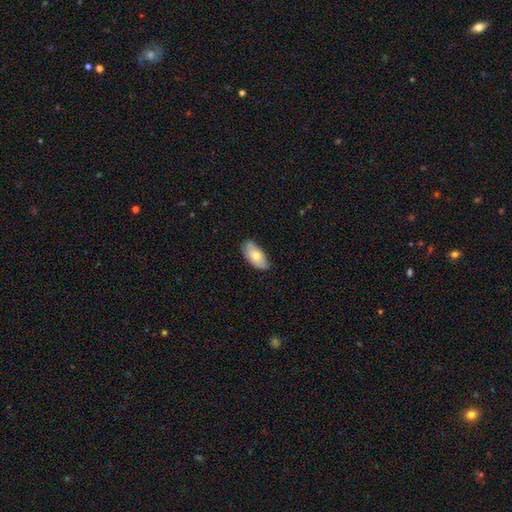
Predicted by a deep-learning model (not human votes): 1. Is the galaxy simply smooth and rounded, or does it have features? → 68% smooth, 26% featured or disk, 7% star or artifact.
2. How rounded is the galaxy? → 92% in between, 5% cigar-shaped, 3% round.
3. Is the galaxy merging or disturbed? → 74% none, 21% minor disturbance, 3% major disturbance, 1% merger.